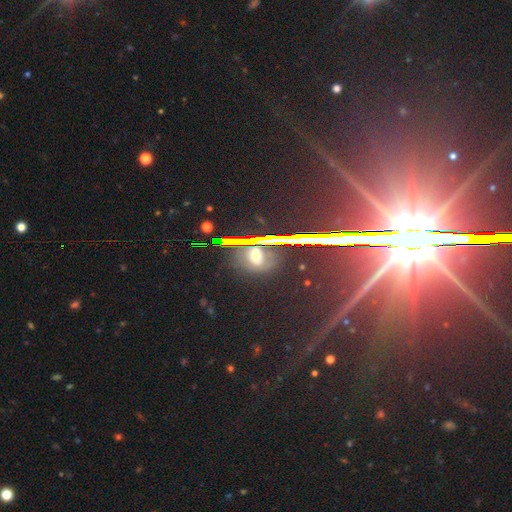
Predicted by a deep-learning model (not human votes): This is possibly a star or artifact rather than a galaxy (49%).